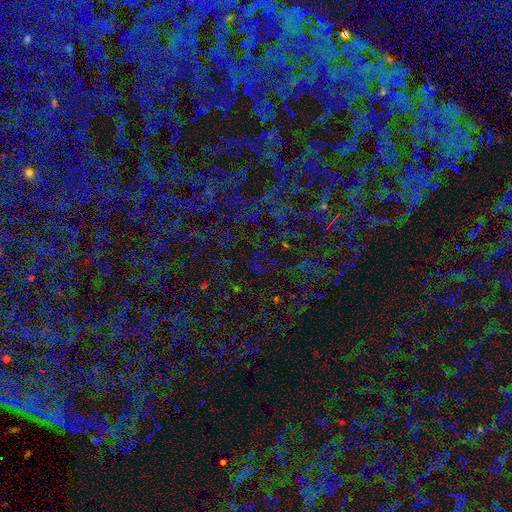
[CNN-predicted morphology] star or artifact 69%, smooth 22%, featured or disk 9%.